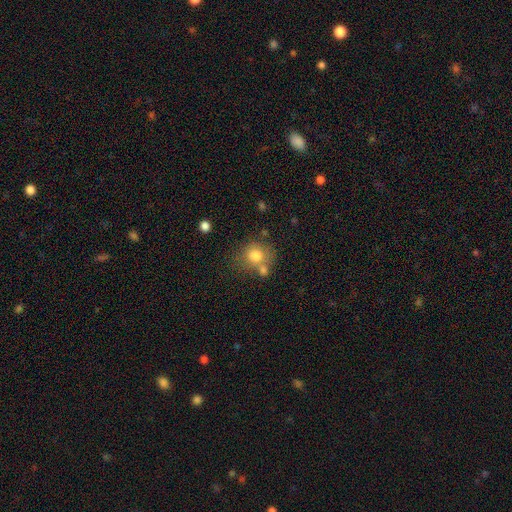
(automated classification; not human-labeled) A smooth galaxy with no disk features (78%) that is round (79%). Merging: none (54%).